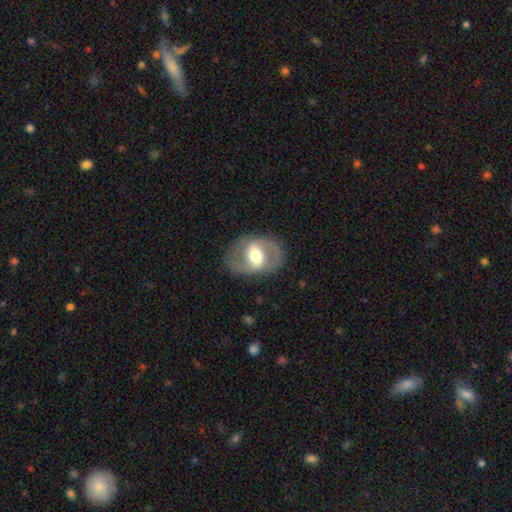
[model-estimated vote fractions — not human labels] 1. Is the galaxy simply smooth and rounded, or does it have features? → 65% featured or disk, 29% smooth, 6% star or artifact.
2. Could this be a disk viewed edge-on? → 94% no, 6% yes.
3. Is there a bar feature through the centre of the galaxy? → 40% weak, 39% strong, 21% no.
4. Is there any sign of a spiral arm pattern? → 53% yes, 47% no.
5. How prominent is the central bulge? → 61% moderate, 26% large, 9% small, 2% dominant, 1% none.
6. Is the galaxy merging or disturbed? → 81% none, 11% minor disturbance, 7% major disturbance, 1% merger.